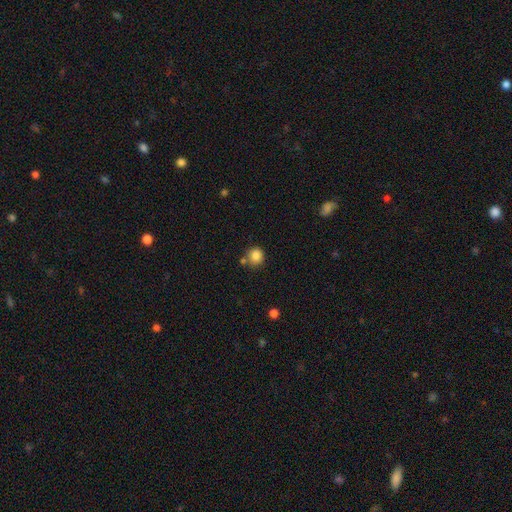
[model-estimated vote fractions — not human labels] Morphology: type=smooth (85%); roundness=round (90%); merging=none (73%).